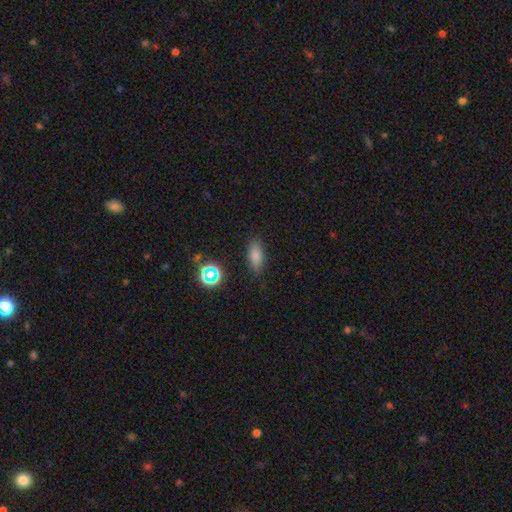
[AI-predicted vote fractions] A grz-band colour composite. It shows a smooth galaxy with no disk features (77%) that is in between round and cigar-shaped (80%). Merging: none (84%).